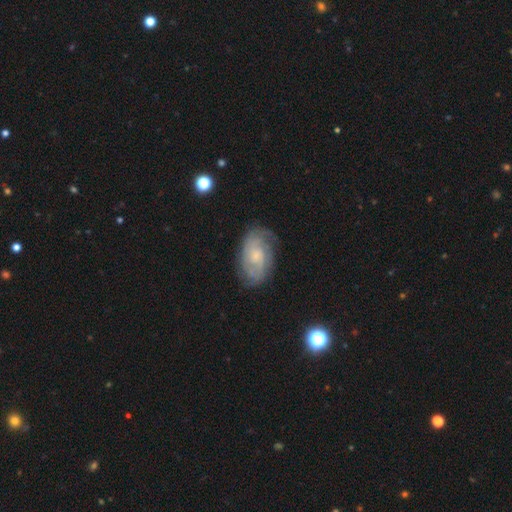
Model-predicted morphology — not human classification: Q: Smooth or featured?
A: featured or disk (76%); runner-up: smooth (17%)
Q: Edge-on disk?
A: no (97%); runner-up: yes (3%)
Q: Bar?
A: no (66%); runner-up: weak (30%)
Q: Spiral arms?
A: yes (93%); runner-up: no (7%)
Q: Spiral winding?
A: tight (54%); runner-up: medium (35%)
Q: Spiral arm count?
A: 2 (42%); runner-up: can't tell (32%)
Q: Bulge size?
A: small (53%); runner-up: moderate (31%)
Q: Merging?
A: none (75%); runner-up: minor disturbance (17%)